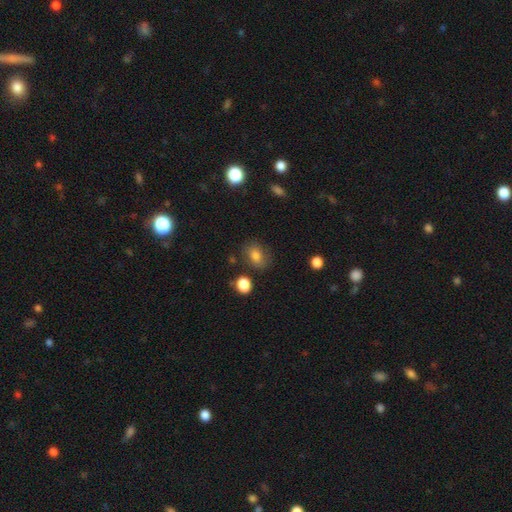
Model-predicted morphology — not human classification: This appears to be a smooth galaxy with no disk features (78%) that is in between round and cigar-shaped (65%). Merging: none (74%).